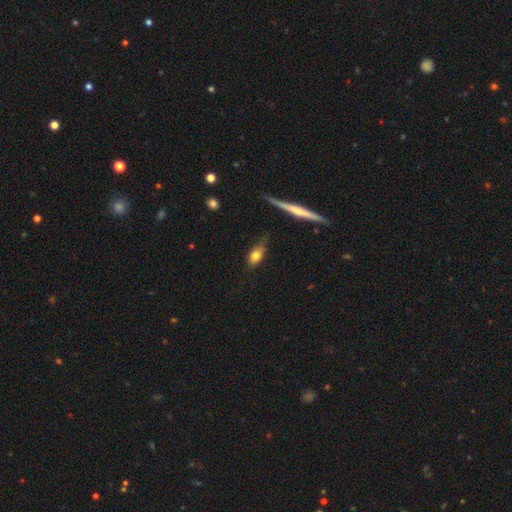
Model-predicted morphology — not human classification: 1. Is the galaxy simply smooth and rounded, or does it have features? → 76% smooth, 16% featured or disk, 8% star or artifact.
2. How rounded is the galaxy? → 77% in between, 12% round, 11% cigar-shaped.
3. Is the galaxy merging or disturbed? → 56% none, 31% minor disturbance, 9% major disturbance, 4% merger.